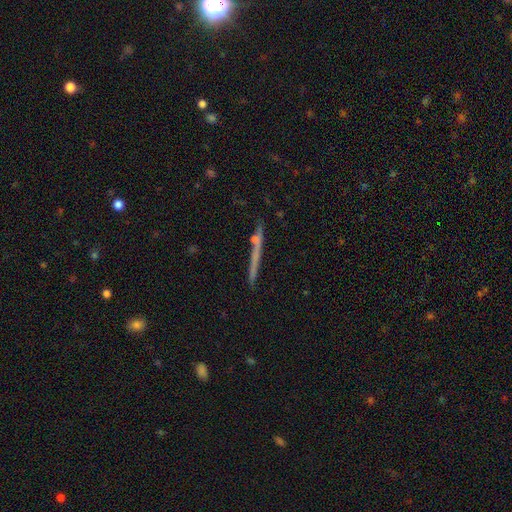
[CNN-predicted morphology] A featured or disk galaxy (52%) viewed edge-on (96%).

Vote fractions:
- Smooth or featured? featured or disk: 52% / smooth: 38% / star or artifact: 10%
- Edge-on disk? yes: 96% / no: 4%
- Merging? none: 84% / minor disturbance: 10% / merger: 3% / major disturbance: 2%